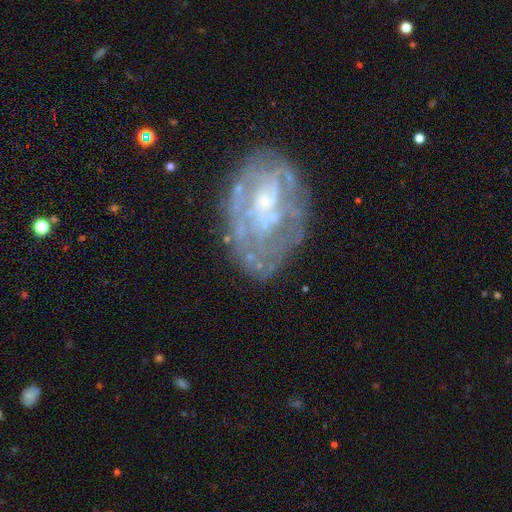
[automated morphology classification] Overall: featured or disk (73%). Edge-on disk: no (97%). Bar: no (76%). Spiral arms: no (54%; yes 46%). Bulge size: small (46%; moderate 27%). Merging: none (57%; minor disturbance 21%).